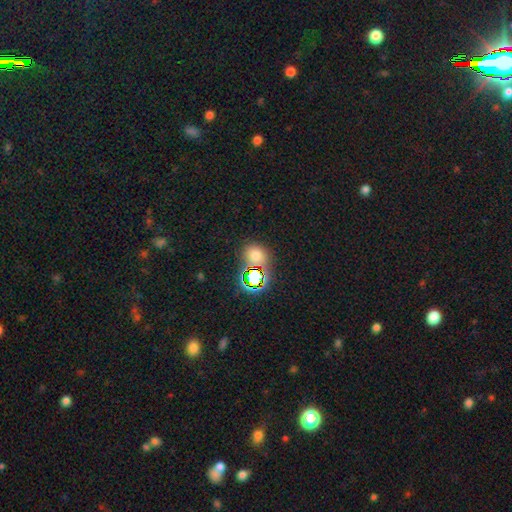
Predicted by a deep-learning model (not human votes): A smooth galaxy with no disk features (62%) that is round (68%).

Vote fractions:
- Smooth or featured? smooth: 62% / star or artifact: 30% / featured or disk: 8%
- How rounded? round: 68% / in between: 31% / cigar-shaped: 1%
- Merging? none: 72% / minor disturbance: 12% / merger: 12% / major disturbance: 5%